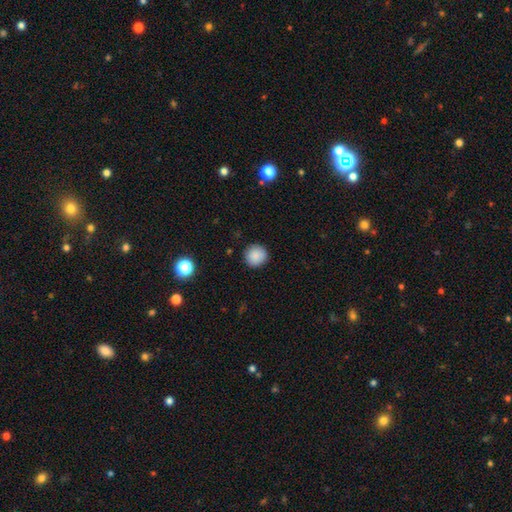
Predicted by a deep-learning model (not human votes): Smooth or featured? smooth (87%)
How rounded? round (95%)
Merging? none (90%)